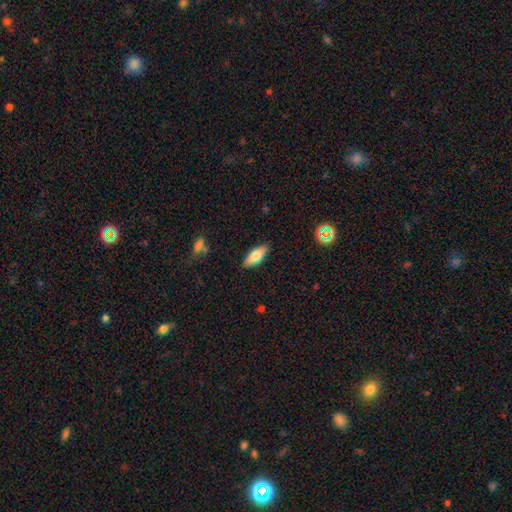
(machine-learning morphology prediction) A smooth galaxy with no disk features (72%) that is in between round and cigar-shaped (74%). Merging: none (86%).